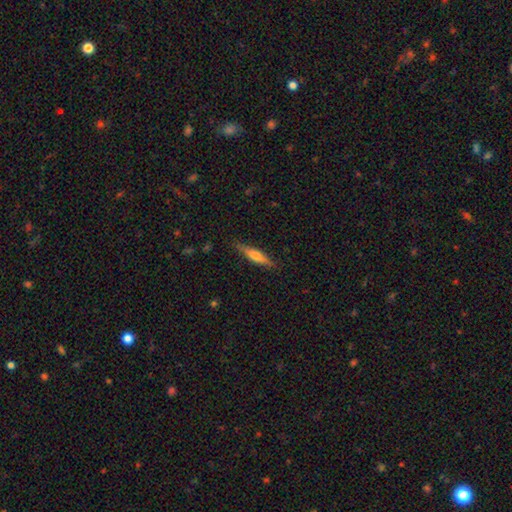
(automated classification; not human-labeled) This appears to be a featured or disk galaxy (49%). Merging: none (85%).